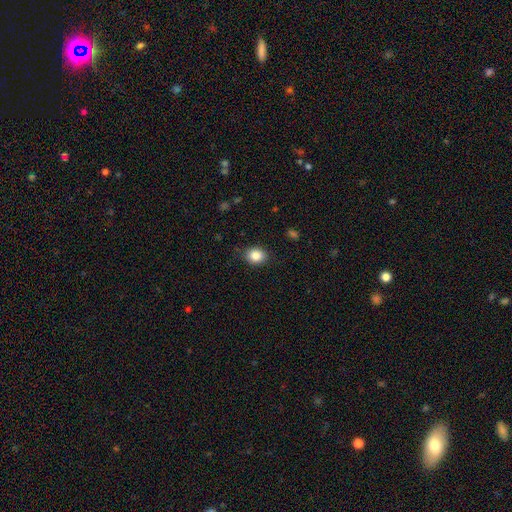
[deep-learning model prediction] Morphology: type=smooth (85%); roundness=round (55%); merging=none (87%).